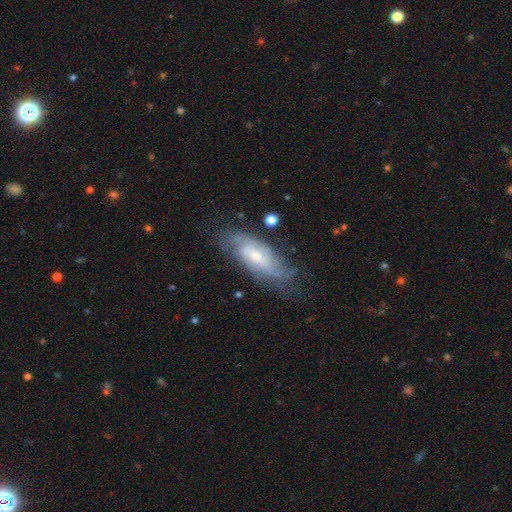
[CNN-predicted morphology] Smooth or featured? featured or disk (75%)
Edge-on disk? no (86%)
Bar? no (48%)
Spiral arms? yes (90%)
Spiral winding? tight (45%)
Spiral arm count? can't tell (43%)
Bulge size? small (56%)
Merging? none (67%)